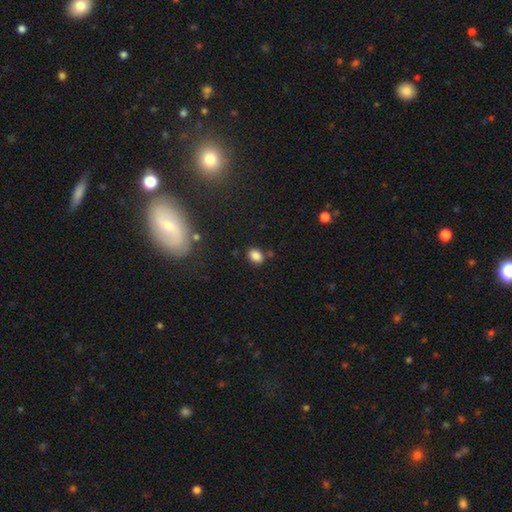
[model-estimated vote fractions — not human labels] The model was most divided on "how rounded": in between: 70%, round: 29%, cigar-shaped: 1%. More confident: smooth or featured — smooth (84%); merging — none (77%).